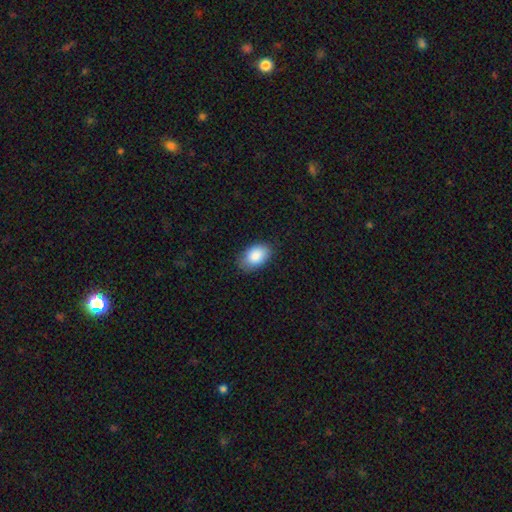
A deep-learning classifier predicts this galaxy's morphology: The model was most divided on "merging": none: 83%, minor disturbance: 14%, major disturbance: 3%, merger: 1%. More confident: how rounded — in between (91%); smooth or featured — smooth (88%).